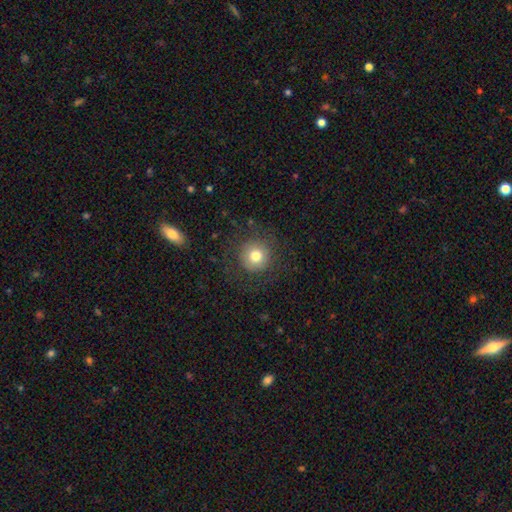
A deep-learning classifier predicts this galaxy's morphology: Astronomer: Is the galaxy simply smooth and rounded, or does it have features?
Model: smooth — 75%.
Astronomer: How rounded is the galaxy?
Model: round — 95%.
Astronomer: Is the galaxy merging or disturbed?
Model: none — 83%.